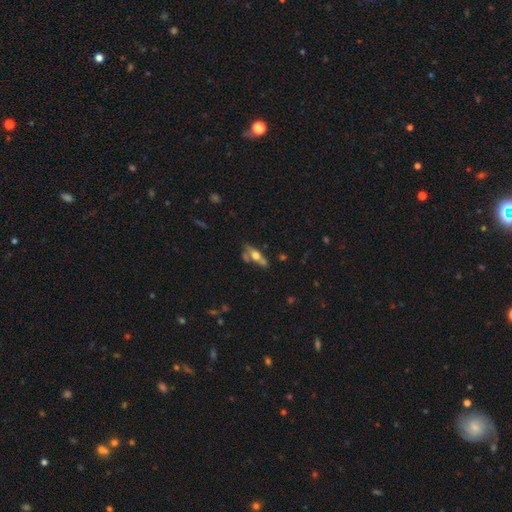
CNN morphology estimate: Overall: featured or disk (49%; smooth 43%). Merging: none (48%; merger 21%).